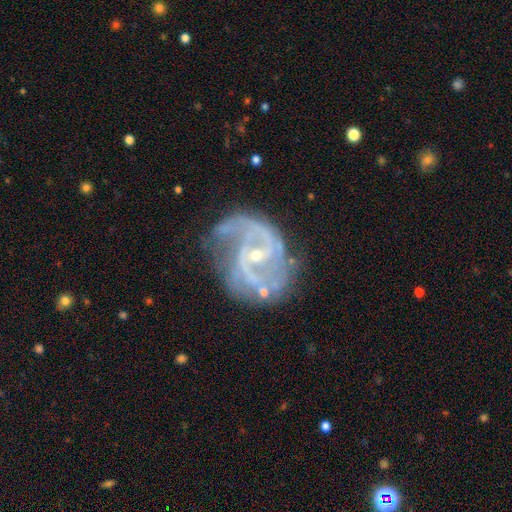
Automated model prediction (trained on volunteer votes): Smooth or featured? Predicted: featured or disk (p=0.90). Edge-on disk? Predicted: no (p=0.98). Bar? Predicted: weak (p=0.44). Spiral arms? Predicted: yes (p=0.96). Spiral winding? Predicted: medium (p=0.54). Spiral arm count? Predicted: 2 (p=0.74). Bulge size? Predicted: small (p=0.73). Merging? Predicted: none (p=0.53).